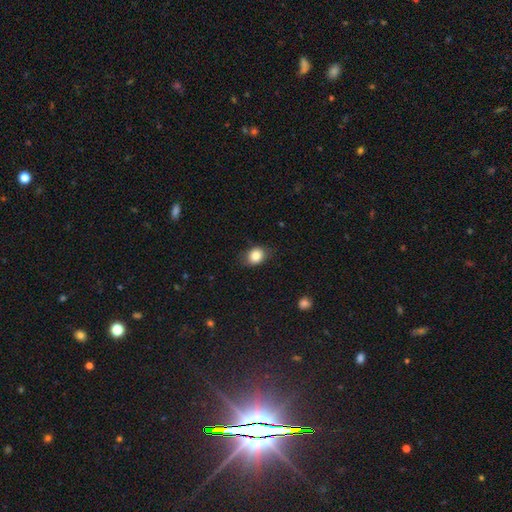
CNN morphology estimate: A smooth galaxy with no disk features (84%) that is in between round and cigar-shaped (58%). Merging: none (76%).